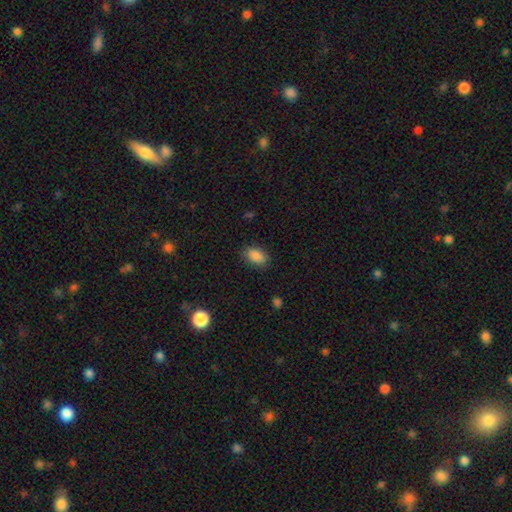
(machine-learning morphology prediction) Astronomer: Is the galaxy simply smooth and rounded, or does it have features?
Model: smooth — 87%.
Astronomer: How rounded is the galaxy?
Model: in between — 90%.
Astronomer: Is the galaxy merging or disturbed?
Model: none — 85%.